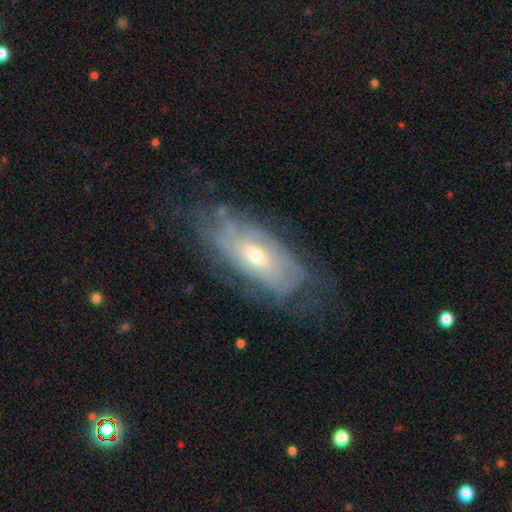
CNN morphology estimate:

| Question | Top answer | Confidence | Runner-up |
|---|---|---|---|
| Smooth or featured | featured or disk | 74% | smooth (19%) |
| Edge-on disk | no | 88% | yes (12%) |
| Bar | no | 71% | weak (24%) |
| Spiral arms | yes | 78% | no (22%) |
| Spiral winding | tight | 68% | medium (24%) |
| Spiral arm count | can't tell | 65% | 2 (16%) |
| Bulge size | moderate | 56% | small (39%) |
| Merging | none | 65% | minor disturbance (23%) |